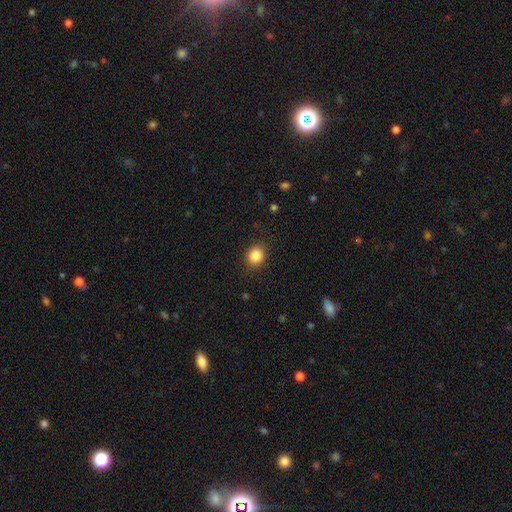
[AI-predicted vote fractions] Smooth or featured: smooth — 85% (star or artifact — 10%)
How rounded: round — 71% (in between — 28%)
Merging: none — 88% (minor disturbance — 9%)